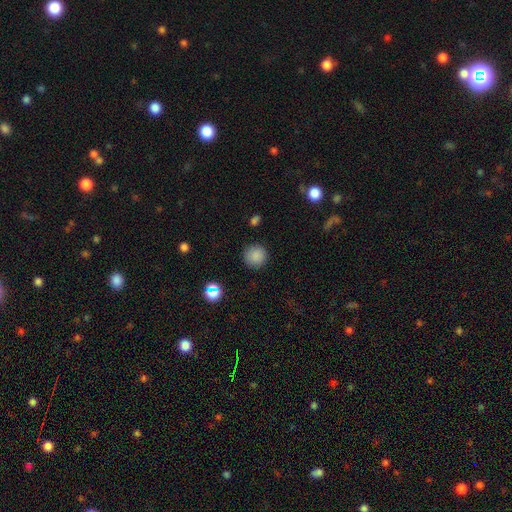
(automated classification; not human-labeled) This appears to be a smooth galaxy with no disk features (85%) that is round (94%). Merging: none (90%).